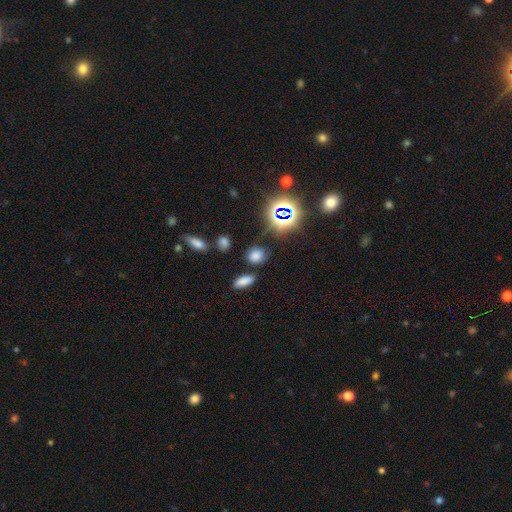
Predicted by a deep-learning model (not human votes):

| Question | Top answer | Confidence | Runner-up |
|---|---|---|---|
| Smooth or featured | smooth | 66% | star or artifact (28%) |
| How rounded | round | 61% | in between (36%) |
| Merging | none | 77% | minor disturbance (13%) |